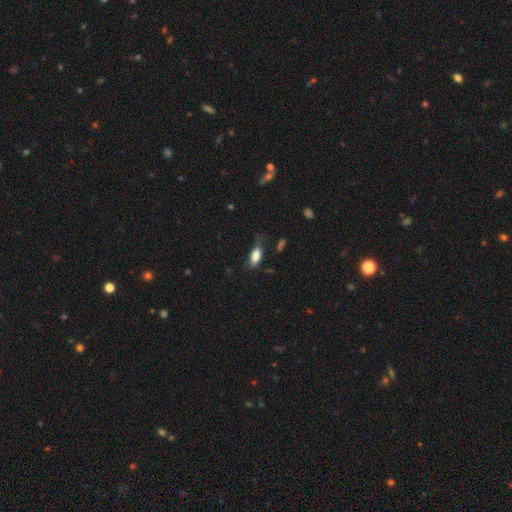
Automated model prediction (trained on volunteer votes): Overall: smooth (81%). How rounded: in between (83%). Merging: none (52%; minor disturbance 31%).